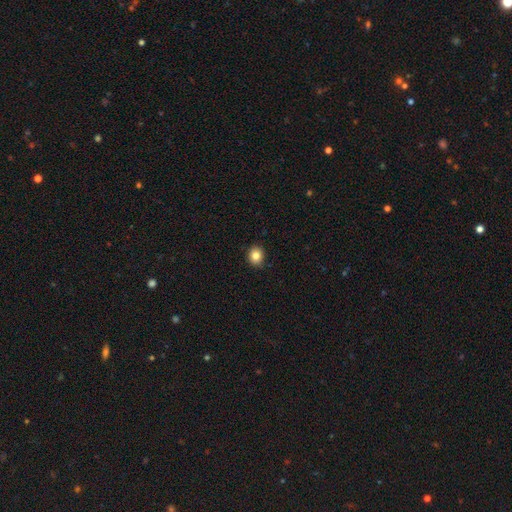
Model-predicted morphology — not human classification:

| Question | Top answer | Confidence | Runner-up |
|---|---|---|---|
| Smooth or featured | smooth | 84% | star or artifact (10%) |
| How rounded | round | 70% | in between (29%) |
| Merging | none | 90% | minor disturbance (8%) |